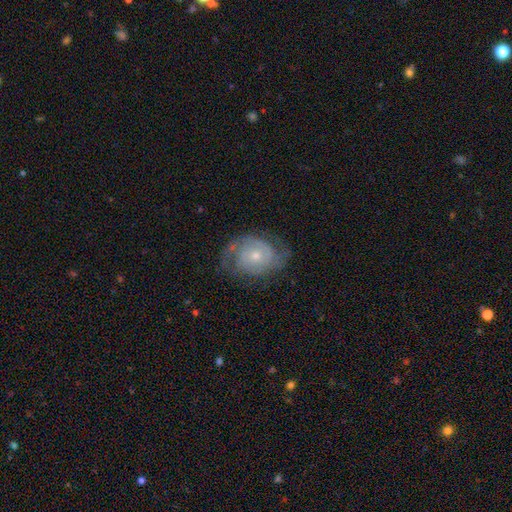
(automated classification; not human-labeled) A featured or disk galaxy (79%) with no bar (76%), 2 (58%) tight (54%) spiral arms (91%) and a small central bulge (58%).

Vote fractions:
- Smooth or featured? featured or disk: 79% / smooth: 15% / star or artifact: 6%
- Edge-on disk? no: 97% / yes: 3%
- Bar? no: 76% / weak: 21% / strong: 3%
- Spiral arms? yes: 91% / no: 9%
- Spiral winding? tight: 54% / medium: 34% / loose: 11%
- Spiral arm count? 2: 58% / can't tell: 22% / 3: 9% / 1: 5% / 4: 3% / more than 4: 3%
- Bulge size? small: 58% / moderate: 38% / large: 2% / none: 2% / dominant: 1%
- Merging? none: 66% / minor disturbance: 21% / major disturbance: 12% / merger: 1%